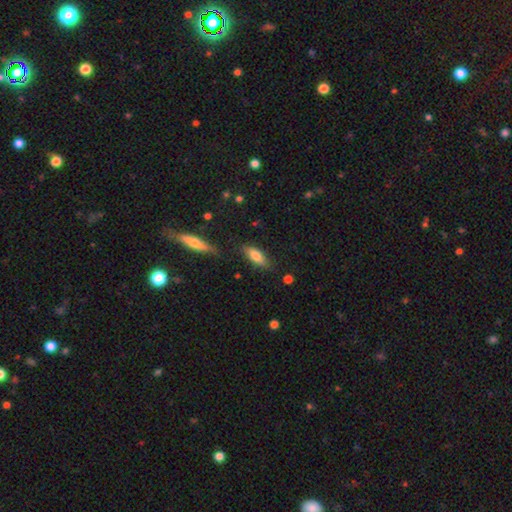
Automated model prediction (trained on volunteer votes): Morphology: type=smooth (73%); roundness=in between (65%); merging=none (76%).